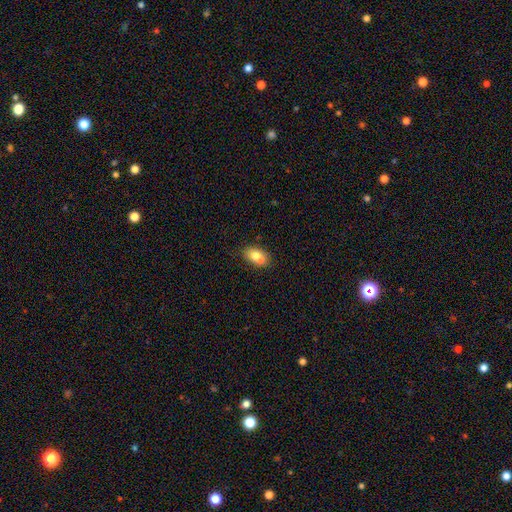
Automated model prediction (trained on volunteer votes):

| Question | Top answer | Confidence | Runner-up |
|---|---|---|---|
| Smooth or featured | smooth | 76% | featured or disk (15%) |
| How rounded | in between | 86% | round (10%) |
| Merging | none | 51% | merger (29%) |